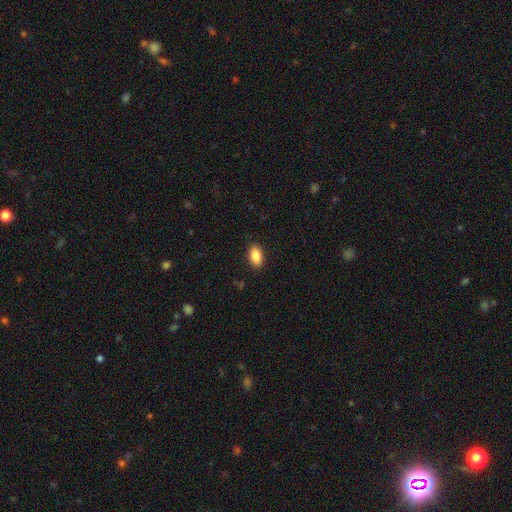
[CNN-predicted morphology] This appears to be a smooth galaxy with no disk features (87%) that is in between round and cigar-shaped (92%). Merging: none (89%).